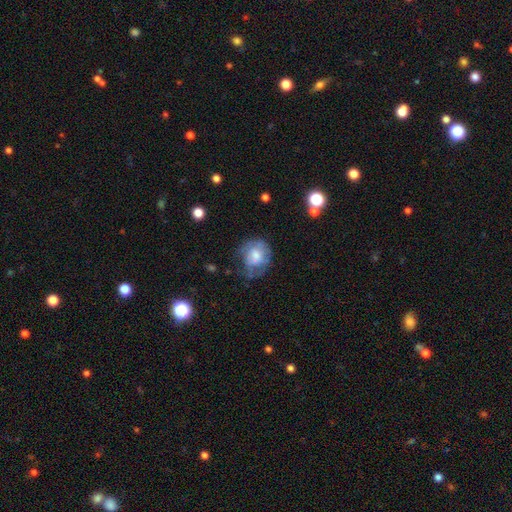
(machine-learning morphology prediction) This appears to be a smooth galaxy with no disk features (54%) that is round (67%). Merging: none (46%).